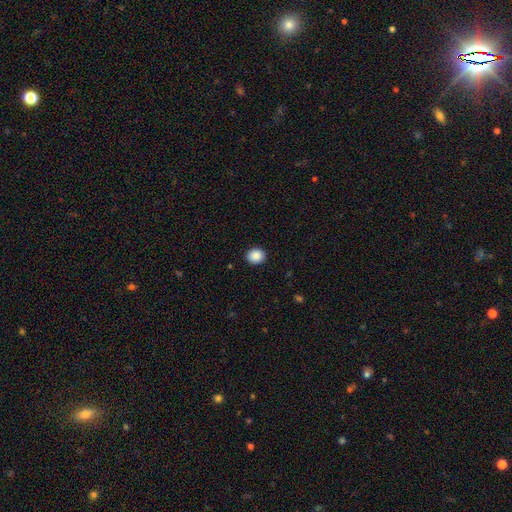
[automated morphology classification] Overall: smooth (89%). How rounded: round (71%). Merging: none (91%).